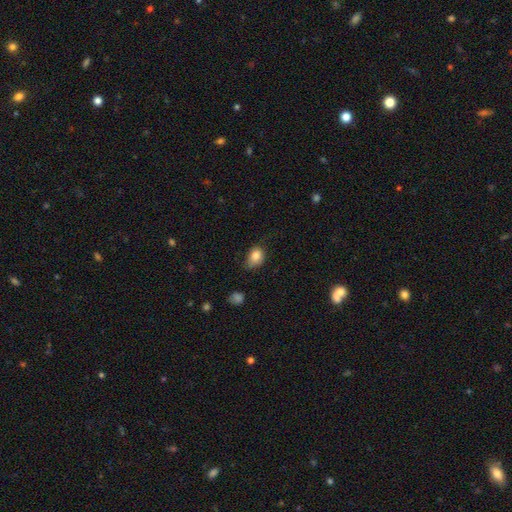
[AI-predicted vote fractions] smooth 83%, star or artifact 9%, featured or disk 8%. Down the decision tree: how rounded — in between (67%); merging — none (51%).